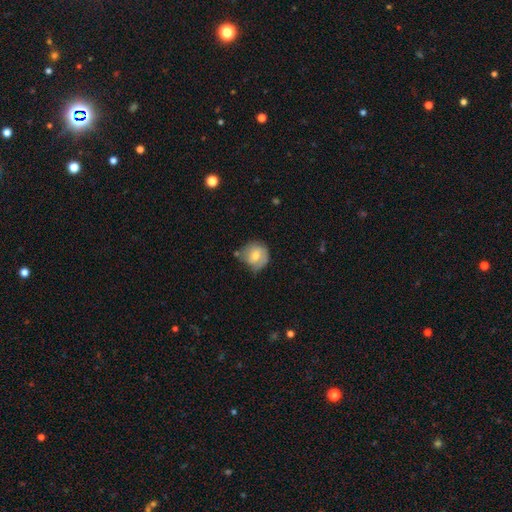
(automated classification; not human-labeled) A smooth galaxy with no disk features (55%) that is round (82%). Merging: none (53%).